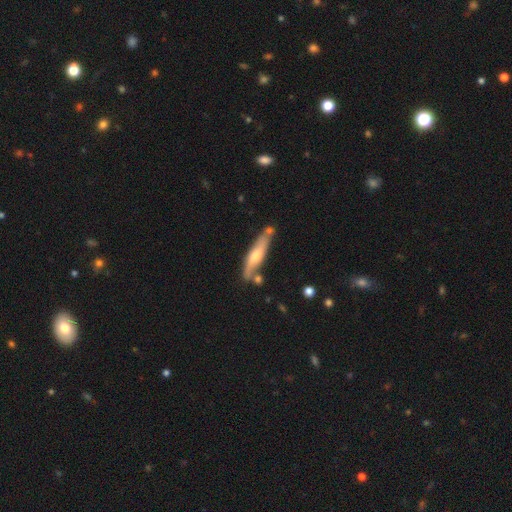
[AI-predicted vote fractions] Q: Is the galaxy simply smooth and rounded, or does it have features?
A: featured or disk — 52%.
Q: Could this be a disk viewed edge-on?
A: yes — 73%.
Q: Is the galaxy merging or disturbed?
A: none — 63%.